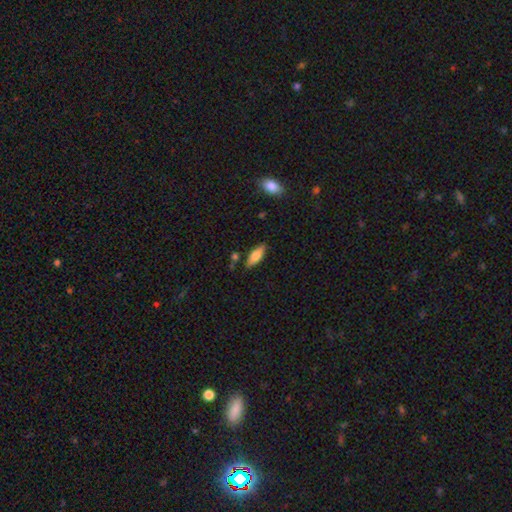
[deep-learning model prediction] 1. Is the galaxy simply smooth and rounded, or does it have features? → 74% smooth, 20% featured or disk, 6% star or artifact.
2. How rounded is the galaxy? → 65% in between, 33% cigar-shaped, 2% round.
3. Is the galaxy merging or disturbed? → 82% none, 12% minor disturbance, 4% merger, 3% major disturbance.